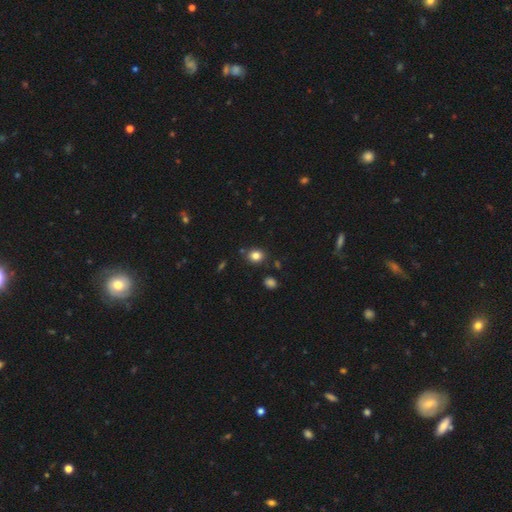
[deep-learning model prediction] smooth_or_featured: smooth (p=0.83) [alt: star or artifact p=0.12]
how_rounded: round (p=0.65) [alt: in between p=0.34]
merging: none (p=0.84) [alt: minor disturbance p=0.09]